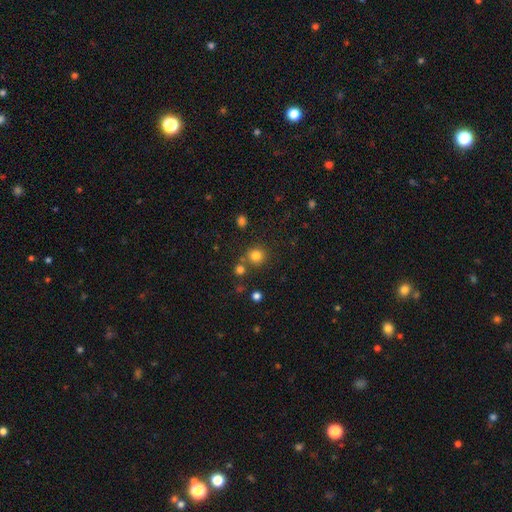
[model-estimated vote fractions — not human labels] smooth_or_featured: smooth (p=0.80) [alt: star or artifact p=0.15]
how_rounded: round (p=0.91) [alt: in between p=0.08]
merging: none (p=0.74) [alt: merger p=0.15]